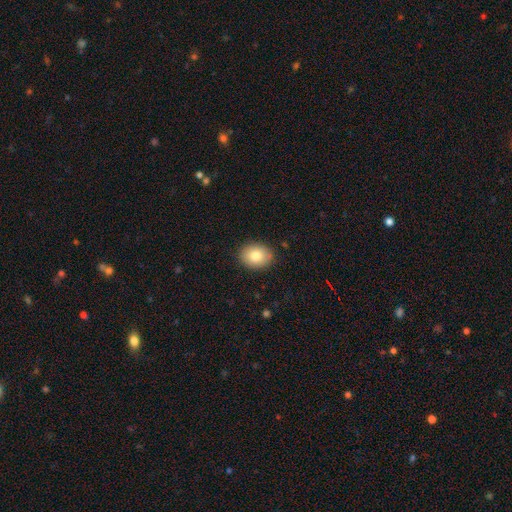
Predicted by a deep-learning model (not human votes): This is clearly a smooth galaxy (81%). How rounded: possibly in between (60%). Merging: clearly none (88%).